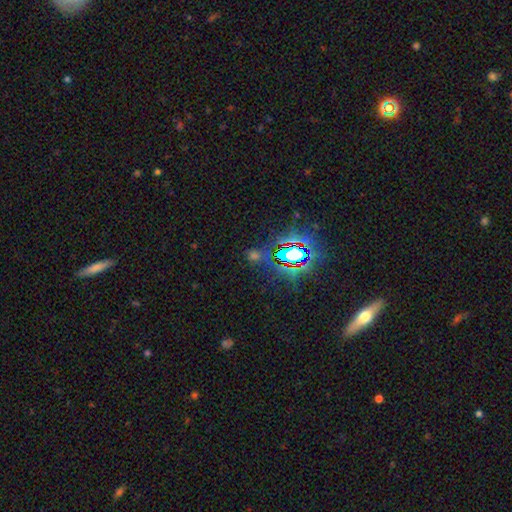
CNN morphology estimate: Smooth or featured?
  - star or artifact: 69% *
  - smooth: 21%
  - featured or disk: 10%